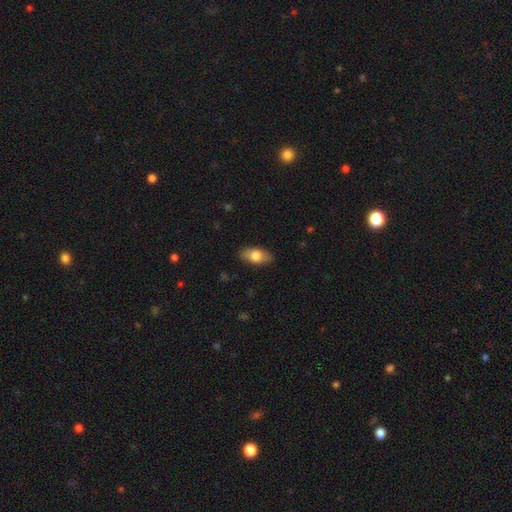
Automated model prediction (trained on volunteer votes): smooth_or_featured: smooth (p=0.74) [alt: featured or disk p=0.20]
how_rounded: in between (p=0.89) [alt: cigar-shaped p=0.06]
merging: none (p=0.85) [alt: minor disturbance p=0.12]